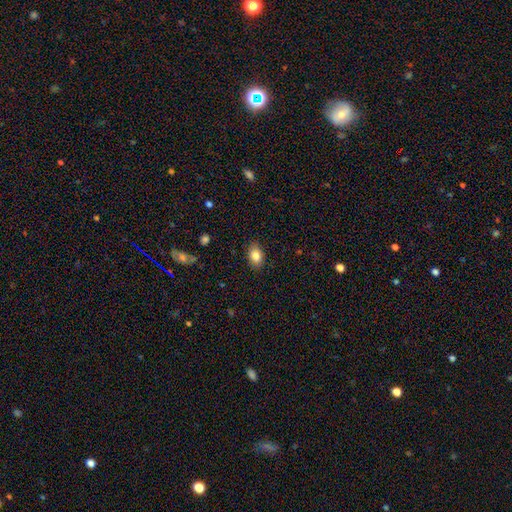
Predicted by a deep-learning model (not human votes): This is clearly a smooth galaxy (84%). How rounded: clearly in between (83%). Merging: clearly none (87%).